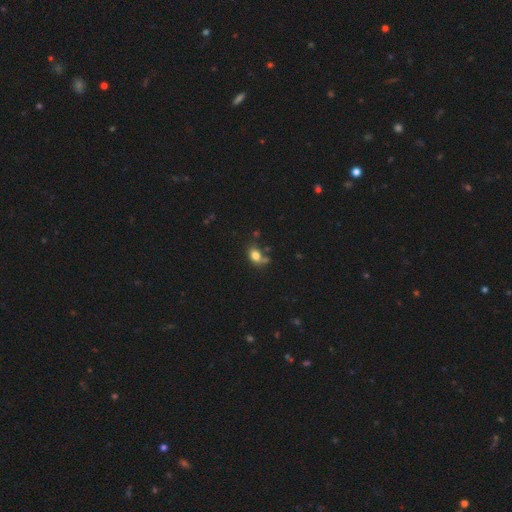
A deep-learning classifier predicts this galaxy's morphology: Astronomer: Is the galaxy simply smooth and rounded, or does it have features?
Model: smooth — 80%.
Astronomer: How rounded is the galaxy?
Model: in between — 69%.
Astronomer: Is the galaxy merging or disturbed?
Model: none — 54%.